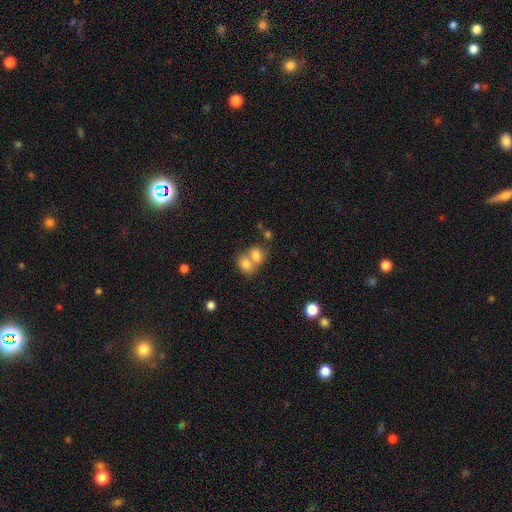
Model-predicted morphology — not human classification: Q: Smooth or featured?
A: smooth (76%); runner-up: featured or disk (14%)
Q: How rounded?
A: in between (54%); runner-up: round (45%)
Q: Merging?
A: merger (67%); runner-up: none (24%)